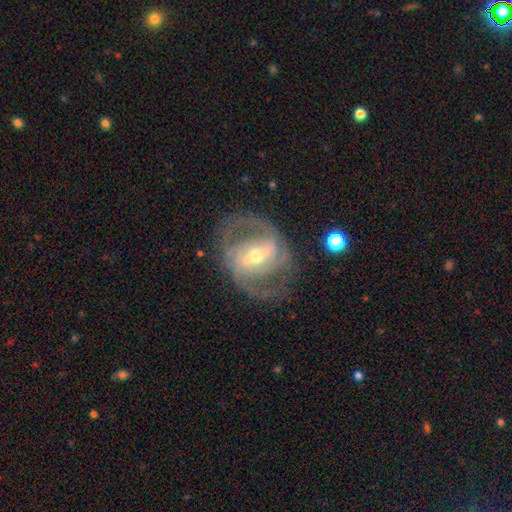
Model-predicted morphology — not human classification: The model was most divided on "bulge size": moderate: 51%, small: 44%, large: 3%, none: 1%, dominant: 1%. More confident: edge-on disk — no (96%); spiral arms — yes (94%); smooth or featured — featured or disk (88%); spiral arm count — 2 (73%); merging — none (69%); bar — strong (55%); spiral winding — medium (53%).